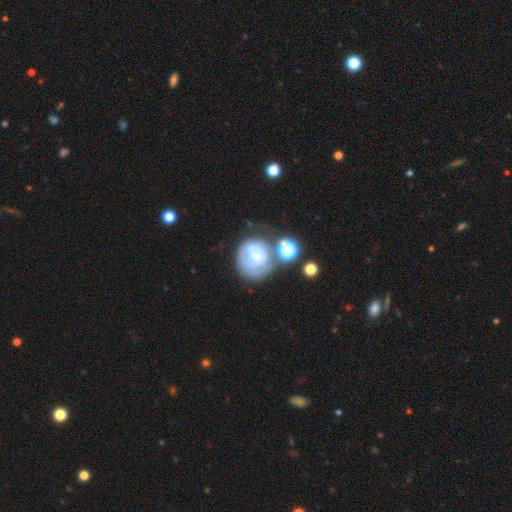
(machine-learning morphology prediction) This appears to be a featured or disk galaxy (53%) with no bar (67%), spiral arms (63%) and a small central bulge (58%). Merging: none (41%).